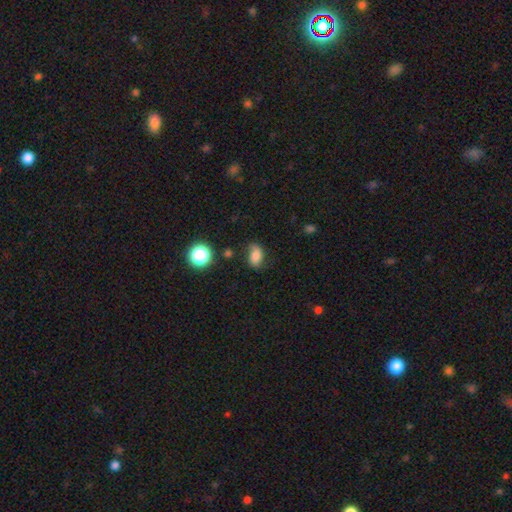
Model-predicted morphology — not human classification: smooth 73%, featured or disk 15%, star or artifact 13%. Down the decision tree: how rounded — in between (83%); merging — none (67%).